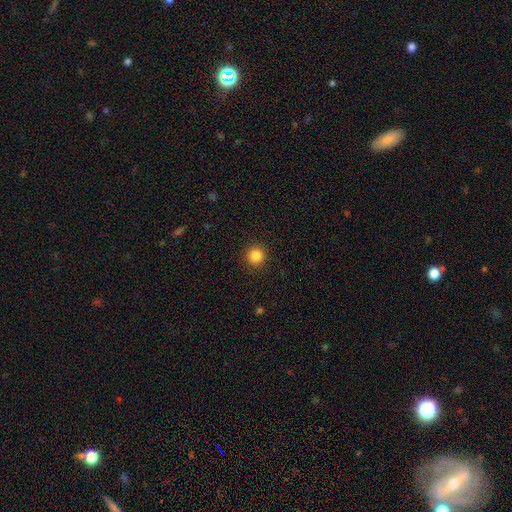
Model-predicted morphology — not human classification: Q: Smooth or featured?
A: smooth (84%); runner-up: star or artifact (11%)
Q: How rounded?
A: round (95%); runner-up: in between (4%)
Q: Merging?
A: none (92%); runner-up: minor disturbance (5%)